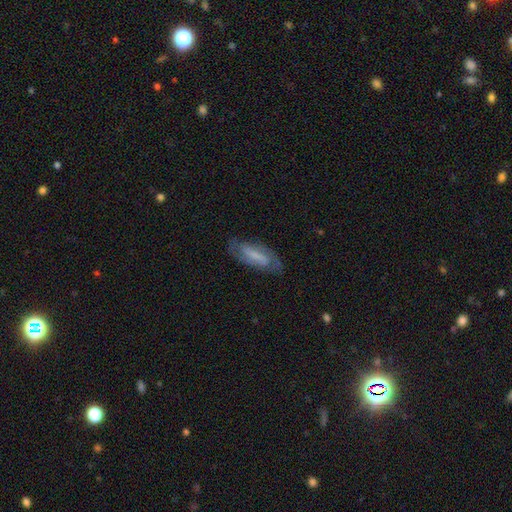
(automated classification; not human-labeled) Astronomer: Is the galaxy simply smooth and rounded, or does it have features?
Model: featured or disk — 67%.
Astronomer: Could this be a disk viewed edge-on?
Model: no — 89%.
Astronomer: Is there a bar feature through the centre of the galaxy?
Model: strong — 48% (runner-up: weak, 37%).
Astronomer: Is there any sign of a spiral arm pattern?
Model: yes — 88%.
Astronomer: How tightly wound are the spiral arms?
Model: medium — 45% (runner-up: tight, 35%).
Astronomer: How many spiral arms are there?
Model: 2 — 81%.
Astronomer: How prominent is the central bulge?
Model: none — 40% (runner-up: small, 36%).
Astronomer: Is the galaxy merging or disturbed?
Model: none — 78%.